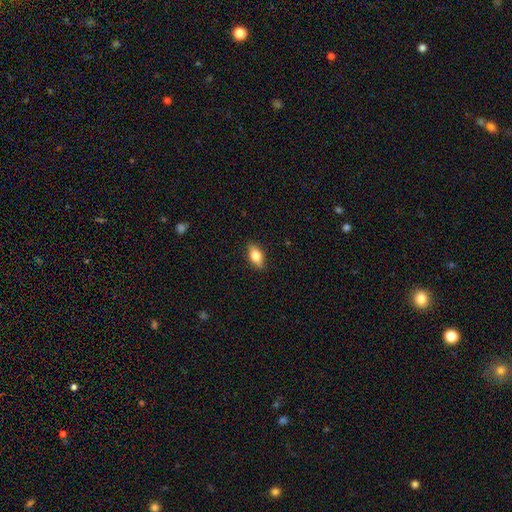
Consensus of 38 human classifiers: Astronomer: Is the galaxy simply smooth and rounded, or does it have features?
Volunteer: smooth — 84%.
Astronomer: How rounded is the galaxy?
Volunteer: in between — 88%.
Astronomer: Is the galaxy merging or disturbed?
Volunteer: none — 89%.